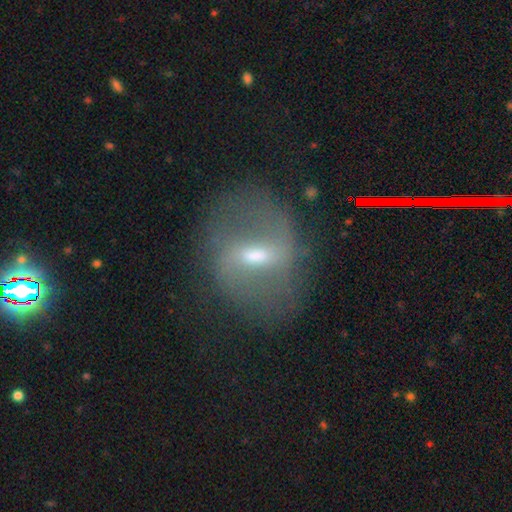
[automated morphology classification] Overall: featured or disk (76%). Edge-on disk: no (94%). Bar: weak (46%; strong 44%). Spiral arms: yes (78%). Spiral arm count: 2 (86%). Spiral winding: loose (49%; medium 38%). Bulge size: moderate (52%; small 35%). Merging: none (67%).